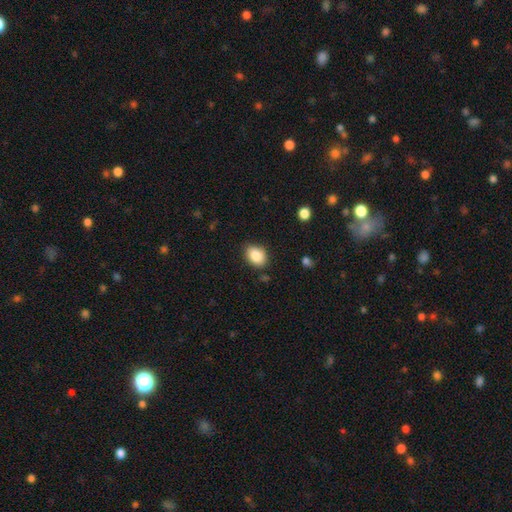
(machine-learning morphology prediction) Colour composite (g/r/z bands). It shows a smooth galaxy with no disk features (86%) that is in between round and cigar-shaped (68%). Merging: none (82%).